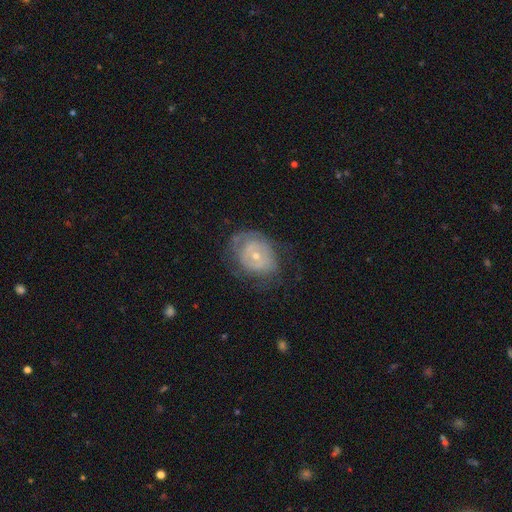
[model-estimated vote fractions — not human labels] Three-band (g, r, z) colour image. It shows a featured or disk galaxy (65%) with no bar (73%), spiral arms (60%) and a small central bulge (61%). Merging: none (56%).